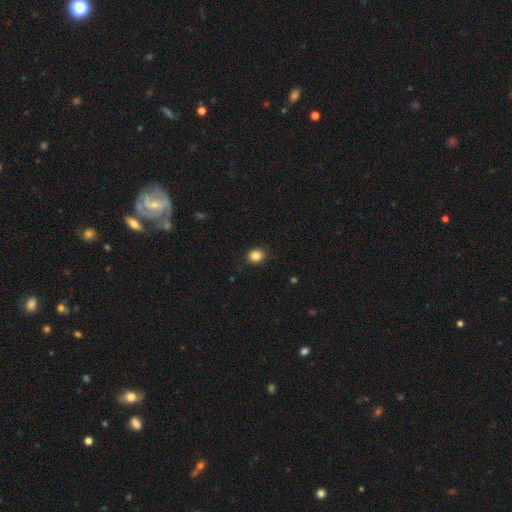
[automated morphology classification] A smooth galaxy with no disk features (86%) that is round (68%).

Vote fractions:
- Smooth or featured? smooth: 86% / star or artifact: 11% / featured or disk: 4%
- How rounded? round: 68% / in between: 31% / cigar-shaped: 1%
- Merging? none: 89% / minor disturbance: 8% / major disturbance: 2% / merger: 1%